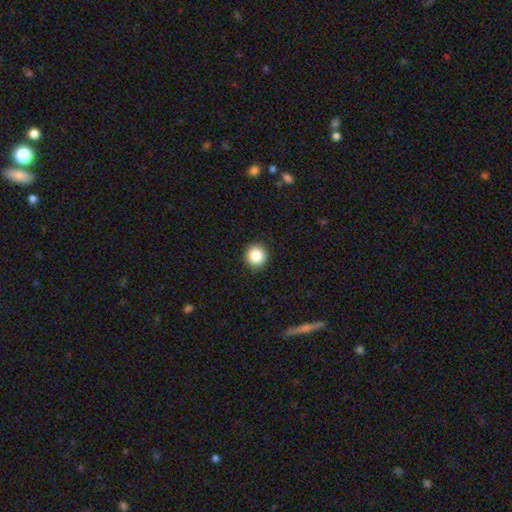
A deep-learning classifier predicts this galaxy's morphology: This is clearly a smooth galaxy (86%). How rounded: clearly round (93%). Merging: clearly none (91%).